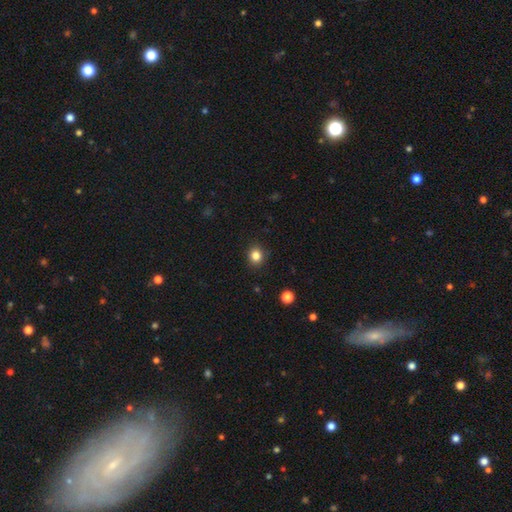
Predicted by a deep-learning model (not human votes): Smooth or featured?
  - smooth: 83% *
  - star or artifact: 12%
  - featured or disk: 5%
How rounded?
  - round: 81% *
  - in between: 18%
  - cigar-shaped: 1%
Merging?
  - none: 90% *
  - minor disturbance: 7%
  - major disturbance: 2%
  - merger: 1%